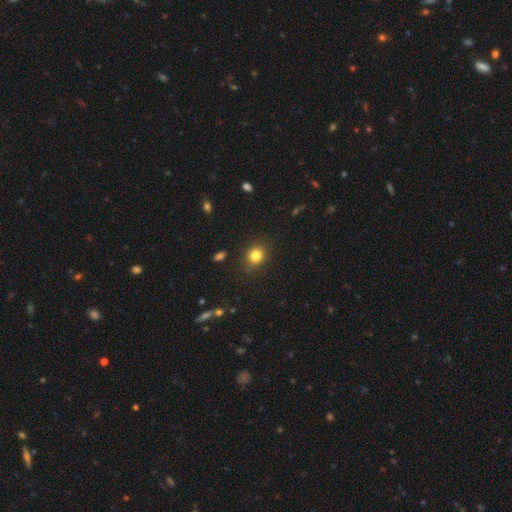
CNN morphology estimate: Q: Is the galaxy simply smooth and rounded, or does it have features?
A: smooth — 83%.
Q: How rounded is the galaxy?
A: round — 75%.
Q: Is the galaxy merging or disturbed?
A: none — 86%.